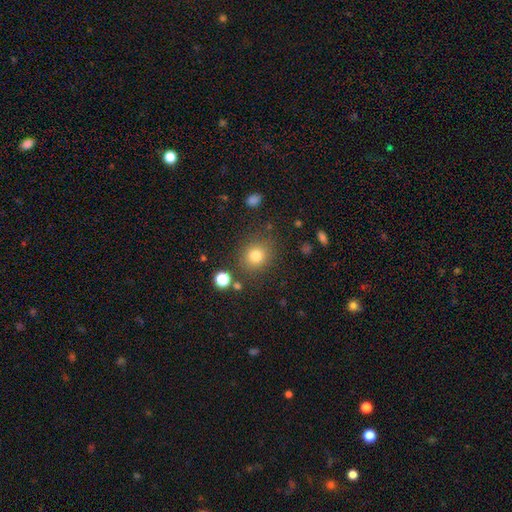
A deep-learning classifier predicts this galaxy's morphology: Overall: smooth (79%). How rounded: round (81%). Merging: none (81%).